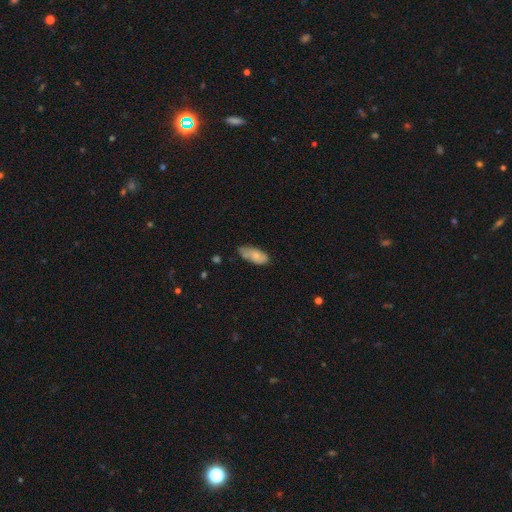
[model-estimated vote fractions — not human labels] Smooth or featured: smooth — 74% (featured or disk — 20%)
How rounded: in between — 87% (cigar-shaped — 10%)
Merging: none — 52% (minor disturbance — 37%)